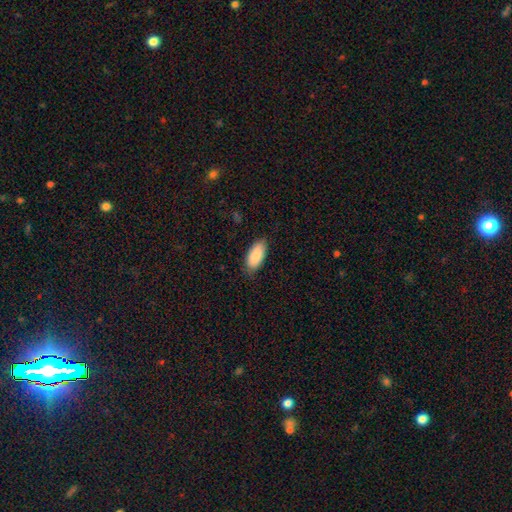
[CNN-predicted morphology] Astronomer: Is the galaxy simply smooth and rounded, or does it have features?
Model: smooth — 89%.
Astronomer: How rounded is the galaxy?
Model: in between — 92%.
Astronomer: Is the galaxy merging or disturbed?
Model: none — 82%.